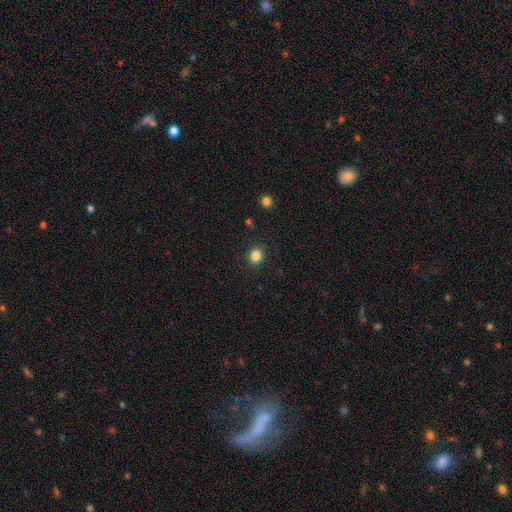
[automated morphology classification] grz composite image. It shows a smooth galaxy with no disk features (84%) that is round (77%). Merging: none (90%).